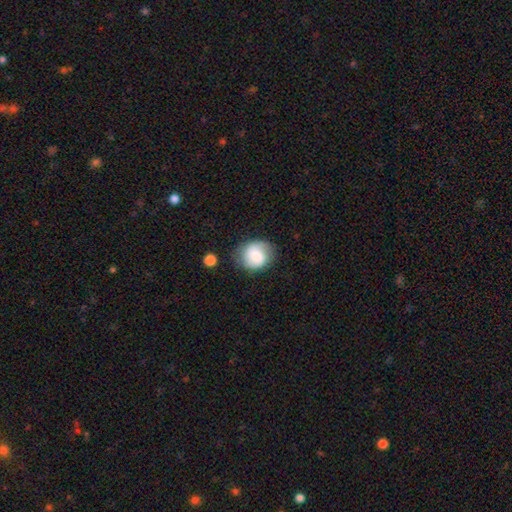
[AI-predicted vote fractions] A smooth galaxy with no disk features (70%) that is round (70%).

Vote fractions:
- Smooth or featured? smooth: 70% / featured or disk: 22% / star or artifact: 8%
- How rounded? round: 70% / in between: 29% / cigar-shaped: 1%
- Merging? none: 67% / minor disturbance: 23% / major disturbance: 8% / merger: 3%